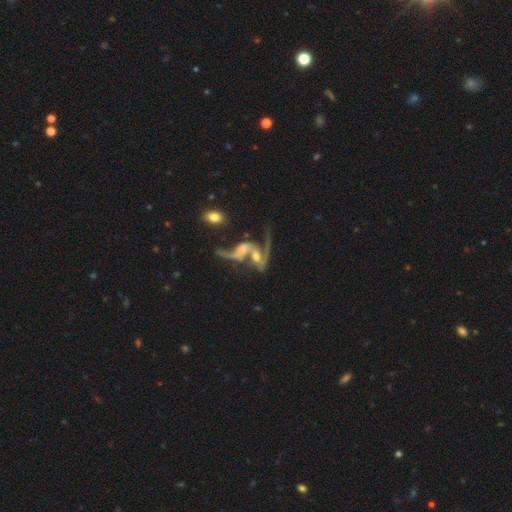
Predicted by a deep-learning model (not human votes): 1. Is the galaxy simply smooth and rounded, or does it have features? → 50% featured or disk, 26% star or artifact, 24% smooth.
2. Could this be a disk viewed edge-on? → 73% no, 27% yes.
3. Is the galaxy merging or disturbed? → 52% merger, 26% none, 12% major disturbance, 10% minor disturbance.